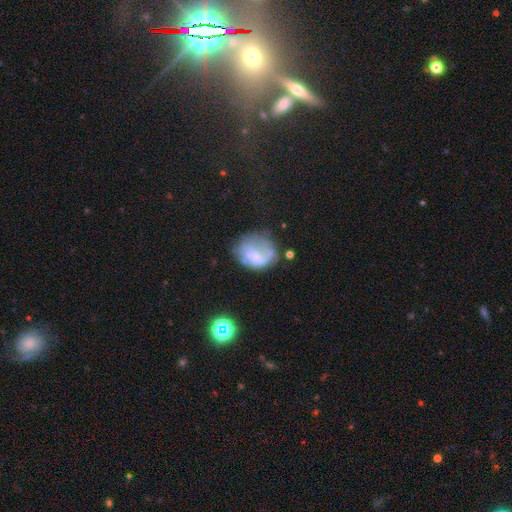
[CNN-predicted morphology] Smooth or featured: featured or disk — 49% (smooth — 39%)
Merging: none — 43% (minor disturbance — 26%)